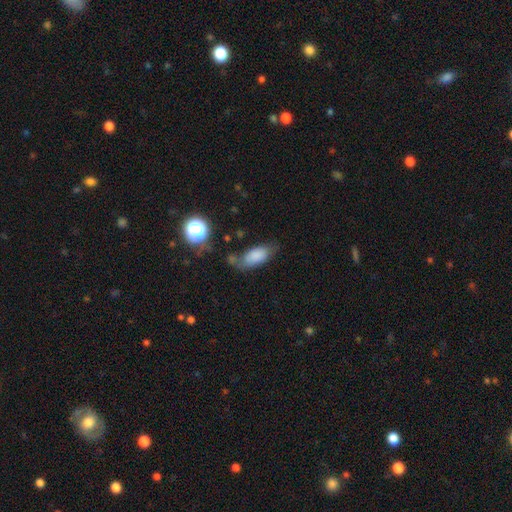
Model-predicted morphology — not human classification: Overall: smooth (77%). How rounded: in between (86%). Merging: none (49%; minor disturbance 29%).